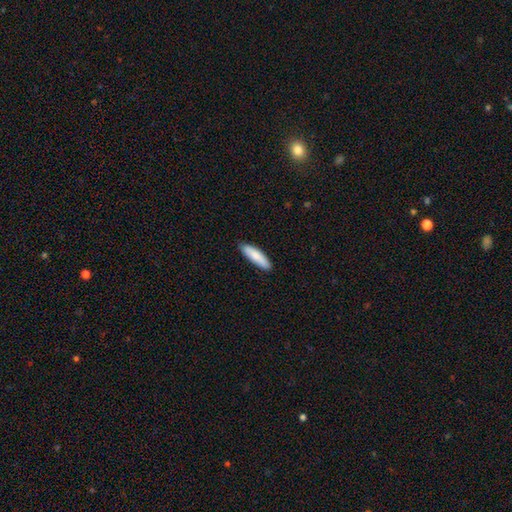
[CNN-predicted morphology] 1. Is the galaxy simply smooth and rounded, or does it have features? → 83% smooth, 12% featured or disk, 5% star or artifact.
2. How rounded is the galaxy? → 65% cigar-shaped, 34% in between, 1% round.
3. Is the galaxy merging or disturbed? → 88% none, 10% minor disturbance, 1% major disturbance, 1% merger.